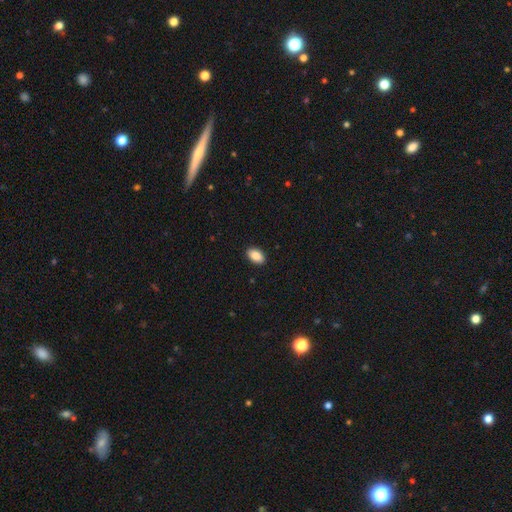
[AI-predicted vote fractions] smooth 88%, star or artifact 7%, featured or disk 5%. Down the decision tree: how rounded — in between (91%); merging — none (91%).